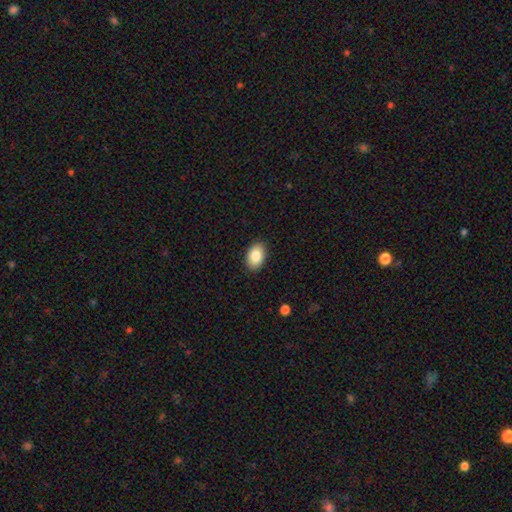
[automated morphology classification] smooth 86%, star or artifact 7%, featured or disk 7%. Down the decision tree: how rounded — in between (88%); merging — none (89%).